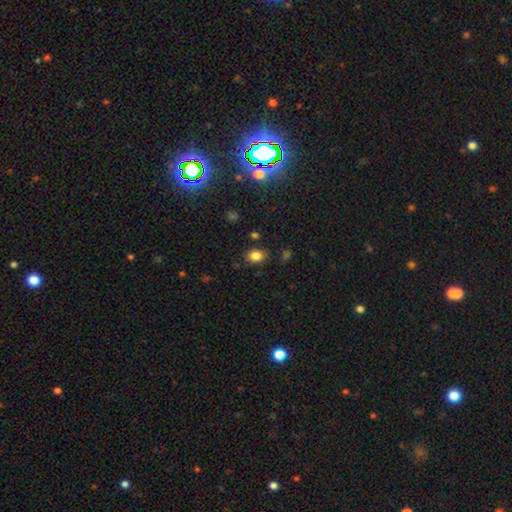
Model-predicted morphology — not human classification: This appears to be a smooth galaxy with no disk features (83%) that is in between round and cigar-shaped (63%). Merging: none (83%).